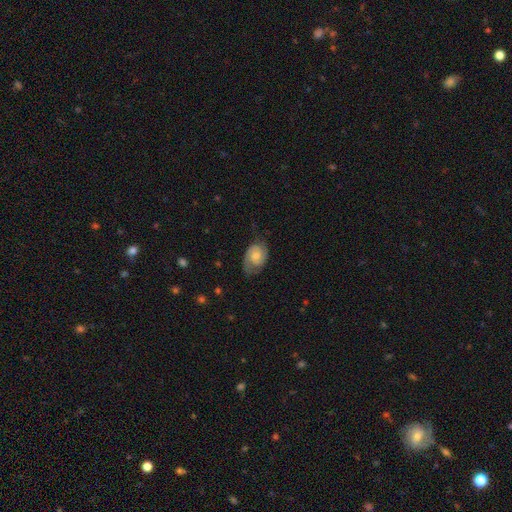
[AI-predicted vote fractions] This is likely a featured or disk galaxy (70%). It is clearly not viewed edge-on (97%). Bar: likely no (65%). Spiral arm pattern: clearly yes (94%). Spiral arm count: clearly 2 (80%). Spiral winding: possibly tight (46%). Central bulge: possibly moderate (48%). Merging: likely none (66%).